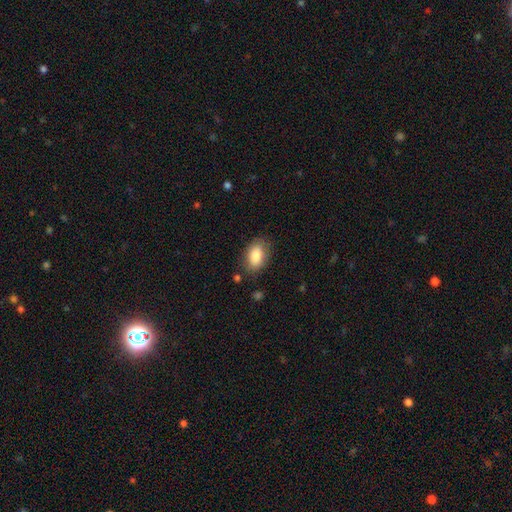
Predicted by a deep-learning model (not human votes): The model was most divided on "merging": none: 79%, minor disturbance: 15%, major disturbance: 4%, merger: 2%. More confident: how rounded — in between (90%); smooth or featured — smooth (86%).